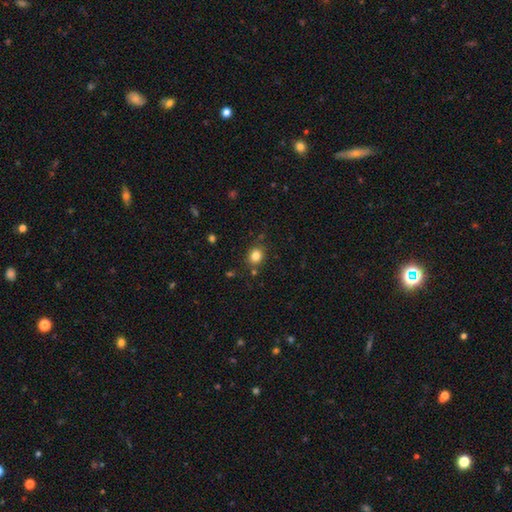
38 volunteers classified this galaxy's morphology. A smooth galaxy with no disk features (89%) that is in between round and cigar-shaped (53%). Merging: none (74%).